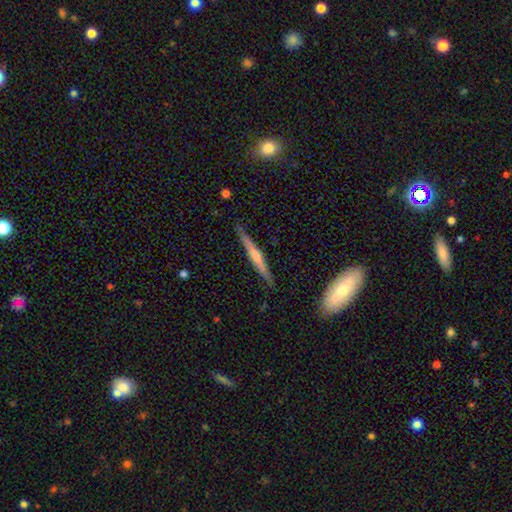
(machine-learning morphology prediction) A featured or disk galaxy (62%) viewed edge-on (97%) with a rounded central bulge (66%). Merging: none (88%).